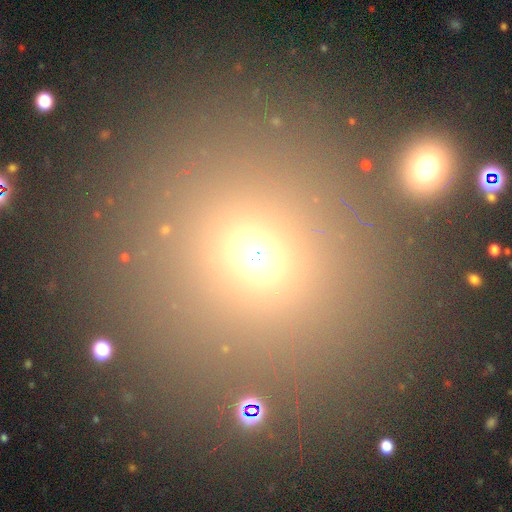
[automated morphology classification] The model was most divided on "smooth or featured": smooth: 67%, star or artifact: 25%, featured or disk: 8%. More confident: how rounded — round (84%); merging — none (73%).